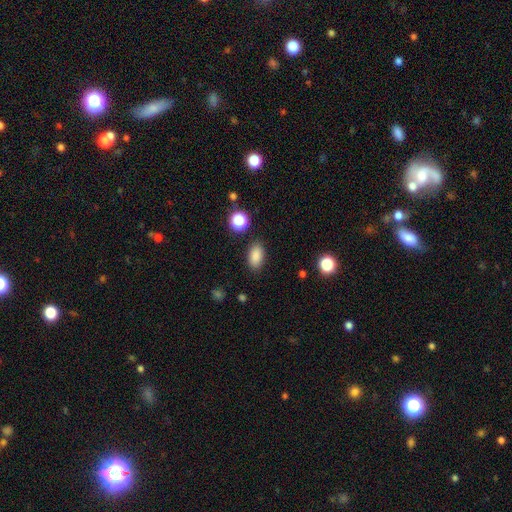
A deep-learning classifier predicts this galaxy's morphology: smooth 86%, star or artifact 9%, featured or disk 4%. Down the decision tree: how rounded — in between (91%); merging — none (86%).